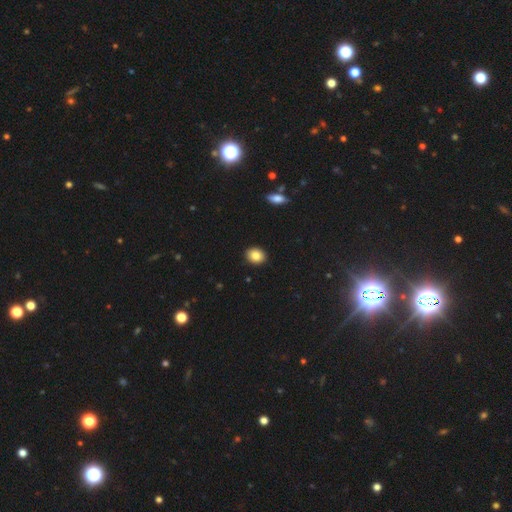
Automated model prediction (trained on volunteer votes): Smooth or featured: smooth — 85% (star or artifact — 9%)
How rounded: round — 50% (in between — 48%)
Merging: none — 91% (minor disturbance — 6%)